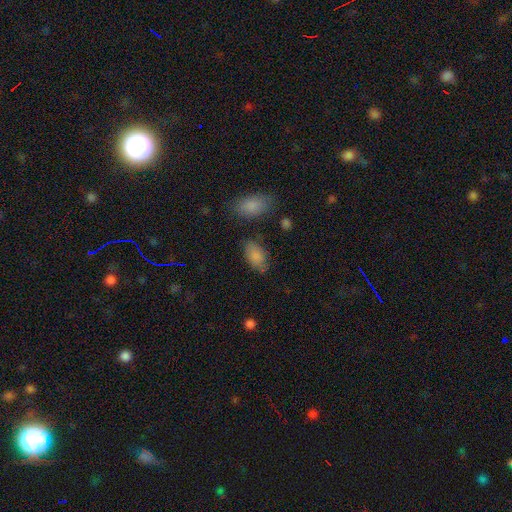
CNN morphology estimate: Smooth or featured: smooth — 85% (star or artifact — 8%)
How rounded: in between — 93% (round — 6%)
Merging: none — 73% (minor disturbance — 18%)